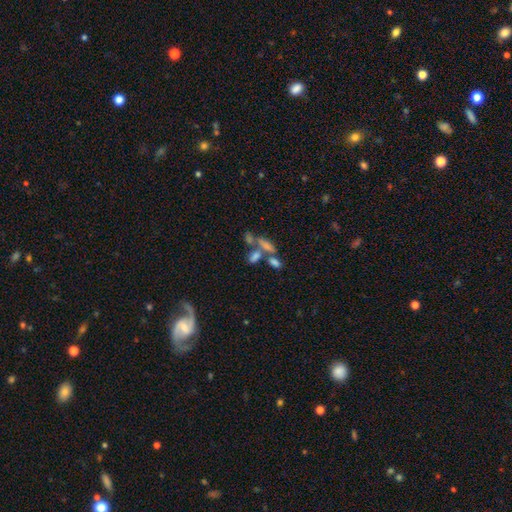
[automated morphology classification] The model was most divided on "merging": merger: 49%, none: 31%, major disturbance: 10%, minor disturbance: 10%. More confident: how rounded — in between (70%); smooth or featured — smooth (58%).